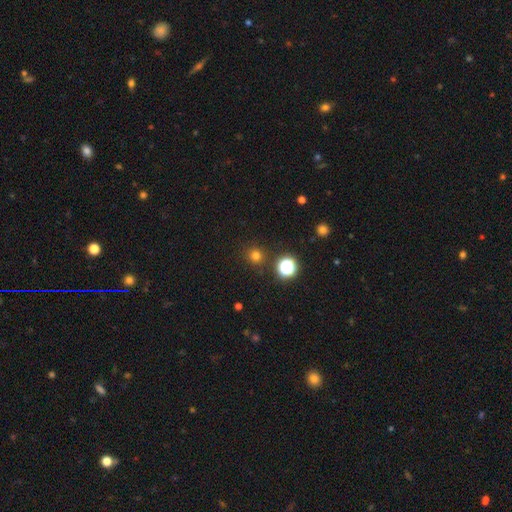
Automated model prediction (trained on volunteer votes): Q: Smooth or featured?
A: smooth (74%); runner-up: star or artifact (21%)
Q: How rounded?
A: round (94%); runner-up: in between (5%)
Q: Merging?
A: none (89%); runner-up: minor disturbance (6%)